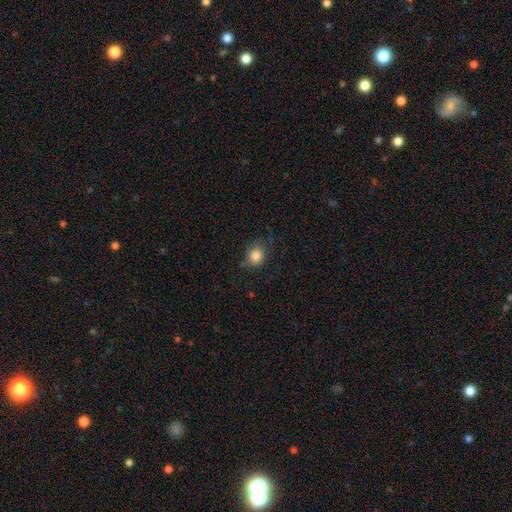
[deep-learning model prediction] Morphology: type=smooth (84%); roundness=round (71%); merging=none (72%).